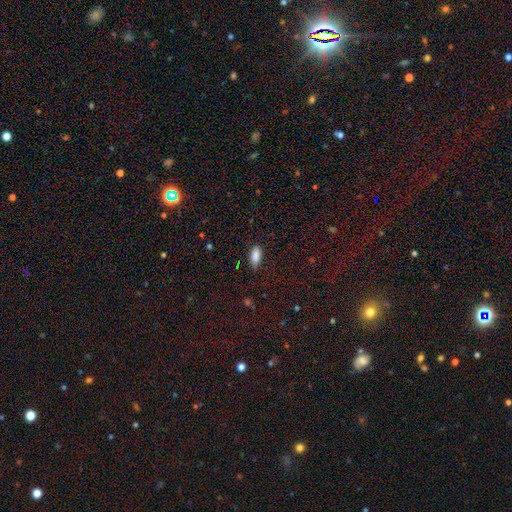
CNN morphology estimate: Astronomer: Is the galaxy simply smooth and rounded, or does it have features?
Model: smooth — 85%.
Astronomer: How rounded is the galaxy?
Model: in between — 81%.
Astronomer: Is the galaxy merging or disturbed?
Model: none — 79%.